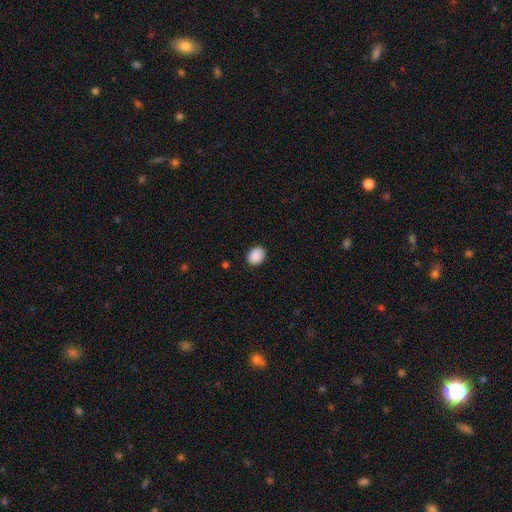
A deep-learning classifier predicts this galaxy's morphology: A smooth galaxy with no disk features (90%) that is in between round and cigar-shaped (54%).

Vote fractions:
- Smooth or featured? smooth: 90% / star or artifact: 8% / featured or disk: 2%
- How rounded? in between: 54% / round: 45% / cigar-shaped: 1%
- Merging? none: 87% / minor disturbance: 10% / major disturbance: 2% / merger: 1%